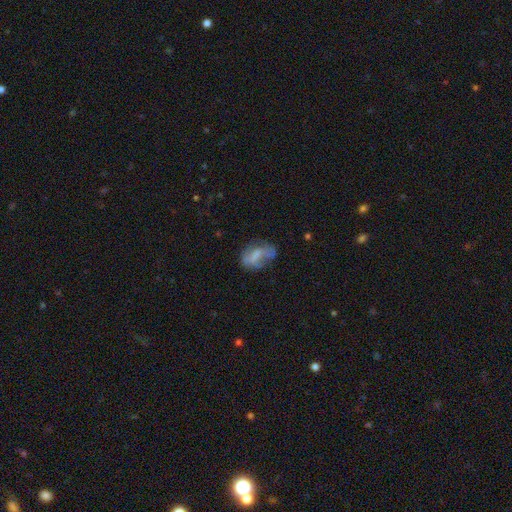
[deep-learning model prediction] Smooth or featured?
  - smooth: 47% *
  - featured or disk: 43%
  - star or artifact: 10%
Merging?
  - none: 45% *
  - minor disturbance: 28%
  - major disturbance: 22%
  - merger: 5%